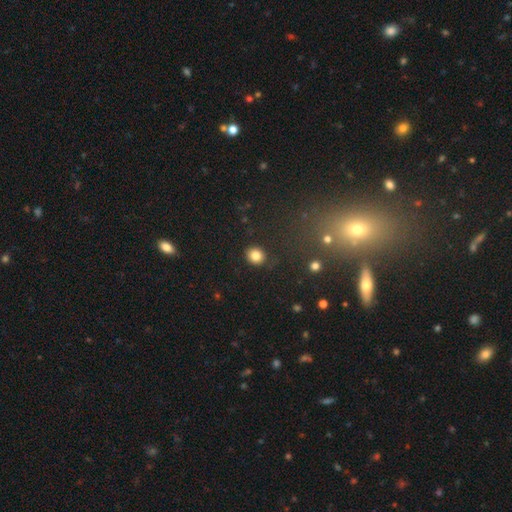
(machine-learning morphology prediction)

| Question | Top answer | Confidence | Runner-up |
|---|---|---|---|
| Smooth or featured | smooth | 83% | star or artifact (11%) |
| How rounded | round | 77% | in between (22%) |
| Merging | none | 89% | minor disturbance (7%) |